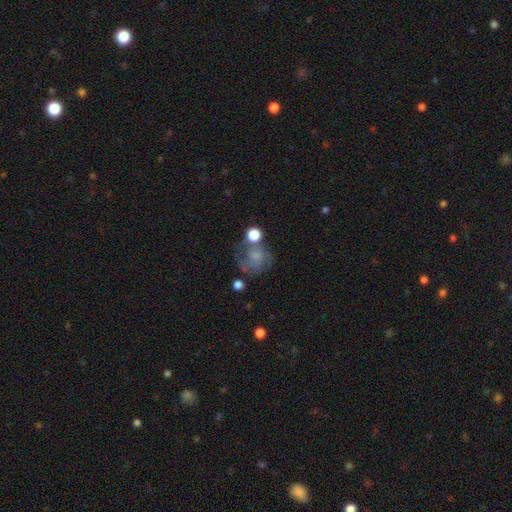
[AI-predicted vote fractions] Smooth or featured: smooth — 50% (featured or disk — 38%)
How rounded: round — 73% (in between — 26%)
Merging: none — 43% (major disturbance — 22%)